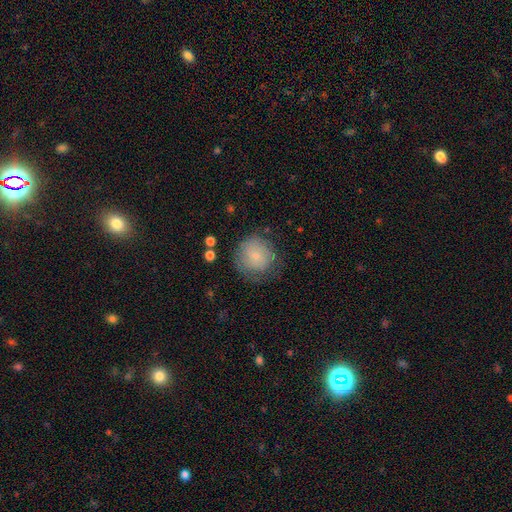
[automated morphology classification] Smooth or featured?
  - smooth: 73% *
  - featured or disk: 19%
  - star or artifact: 8%
How rounded?
  - round: 90% *
  - in between: 9%
  - cigar-shaped: 1%
Merging?
  - none: 65% *
  - minor disturbance: 23%
  - major disturbance: 11%
  - merger: 2%